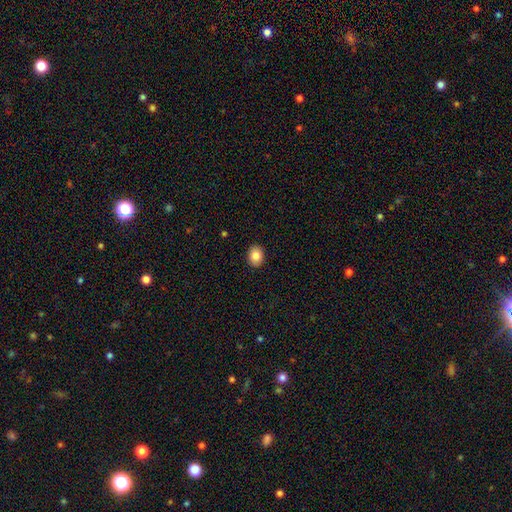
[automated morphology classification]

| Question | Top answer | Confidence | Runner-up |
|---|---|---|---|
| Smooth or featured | smooth | 85% | star or artifact (8%) |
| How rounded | in between | 57% | round (42%) |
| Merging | none | 91% | minor disturbance (6%) |